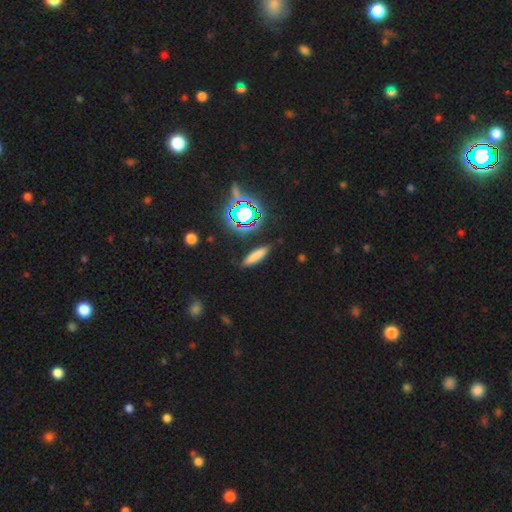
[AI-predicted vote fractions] smooth 72%, star or artifact 17%, featured or disk 11%. Down the decision tree: how rounded — cigar-shaped (71%); merging — none (86%).